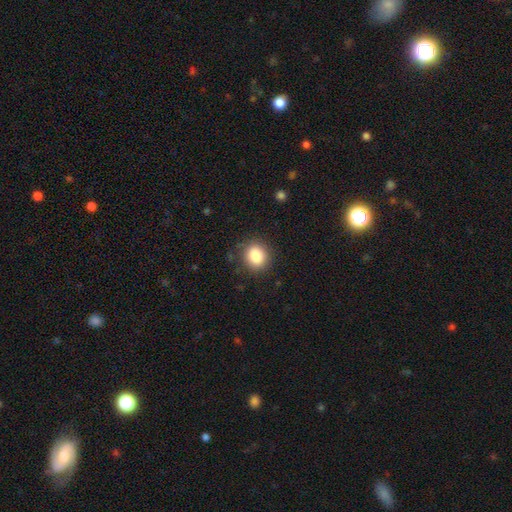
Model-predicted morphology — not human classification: This is clearly a smooth galaxy (86%). How rounded: likely round (69%). Merging: clearly none (85%).